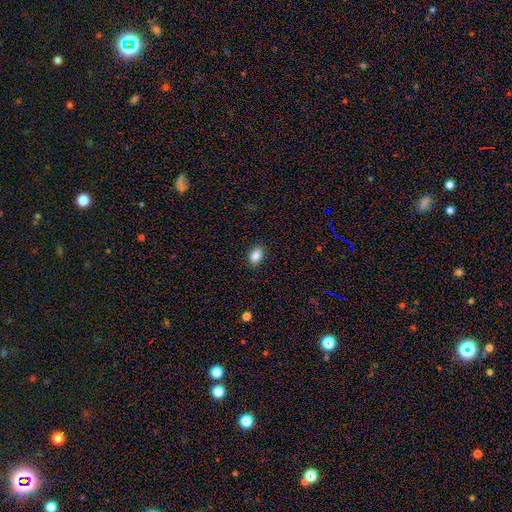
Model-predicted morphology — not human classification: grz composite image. It shows a smooth galaxy with no disk features (86%) that is in between round and cigar-shaped (85%). Merging: none (88%).